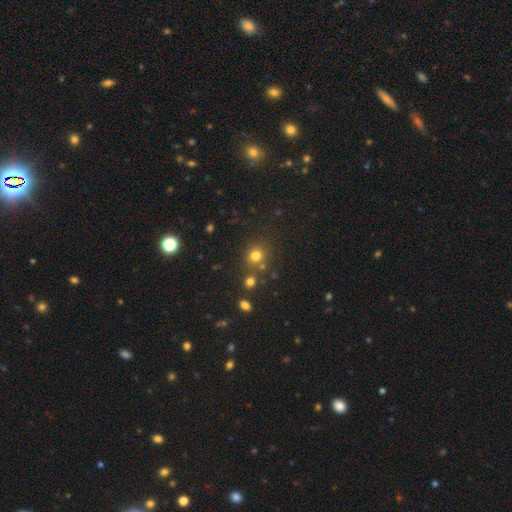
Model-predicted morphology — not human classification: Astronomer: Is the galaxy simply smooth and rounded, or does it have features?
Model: smooth — 75%.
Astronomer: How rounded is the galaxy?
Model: round — 84%.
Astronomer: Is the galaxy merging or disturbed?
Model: none — 71%.